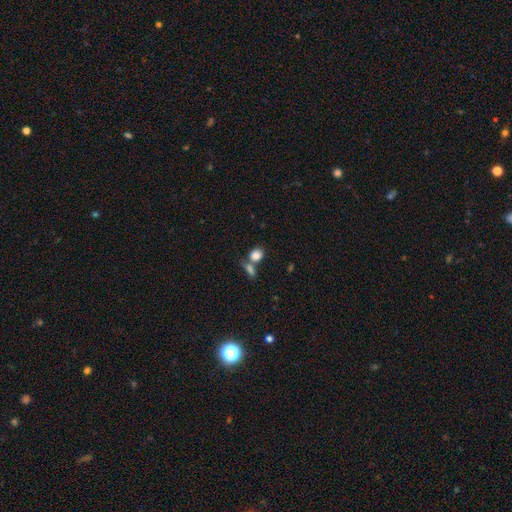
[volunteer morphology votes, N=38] This appears to be a smooth galaxy with no disk features (89%) that is in between round and cigar-shaped (56%). Merging: merger (68%).